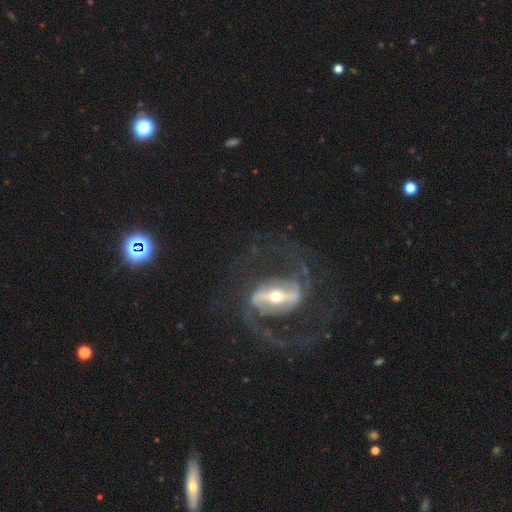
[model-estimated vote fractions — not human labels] Q: Smooth or featured?
A: featured or disk (87%); runner-up: smooth (7%)
Q: Edge-on disk?
A: no (95%); runner-up: yes (5%)
Q: Bar?
A: strong (54%); runner-up: weak (29%)
Q: Spiral arms?
A: yes (92%); runner-up: no (8%)
Q: Spiral winding?
A: medium (56%); runner-up: loose (22%)
Q: Spiral arm count?
A: 2 (92%); runner-up: can't tell (3%)
Q: Bulge size?
A: moderate (50%); runner-up: small (36%)
Q: Merging?
A: none (75%); runner-up: minor disturbance (11%)